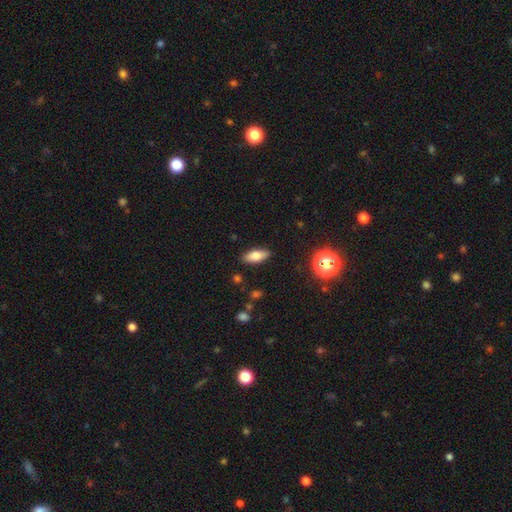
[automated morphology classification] smooth-or-featured: smooth: 70% | featured or disk: 21% | star or artifact: 9%
  how-rounded: in between: 76% | cigar-shaped: 21% | round: 3%
  merging: none: 87% | minor disturbance: 10% | major disturbance: 2% | merger: 1%